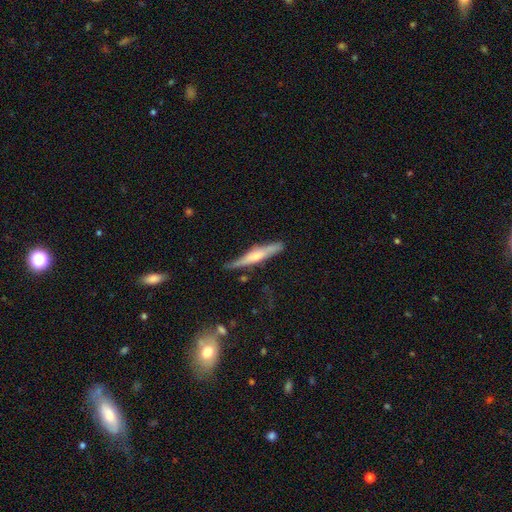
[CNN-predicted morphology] Smooth or featured? featured or disk (54%)
Edge-on disk? yes (92%)
Merging? none (71%)